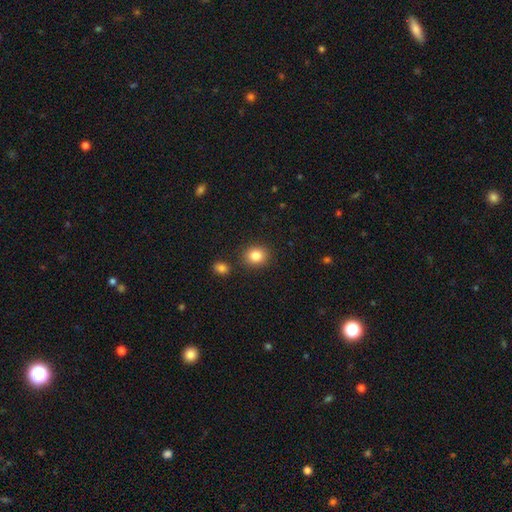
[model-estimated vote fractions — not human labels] smooth 85%, star or artifact 10%, featured or disk 6%. Down the decision tree: how rounded — round (72%); merging — none (85%).